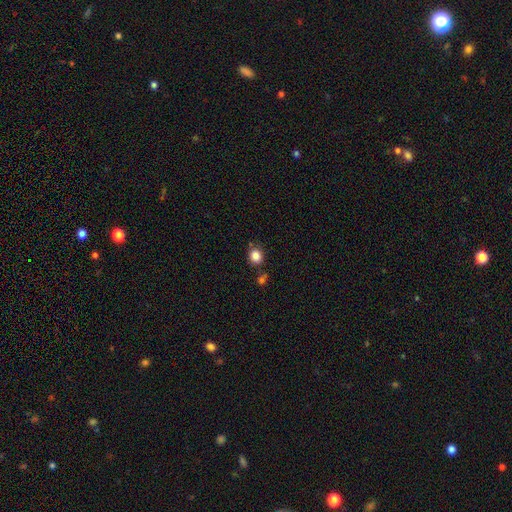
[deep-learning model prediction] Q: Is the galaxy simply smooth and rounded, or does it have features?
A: smooth — 84%.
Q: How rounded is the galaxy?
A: round — 73%.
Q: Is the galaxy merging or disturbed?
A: none — 75%.